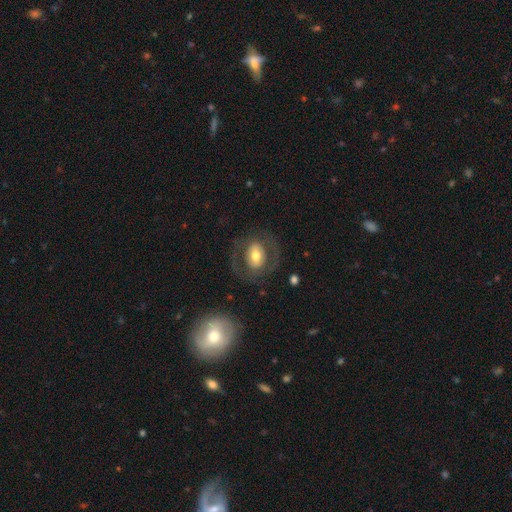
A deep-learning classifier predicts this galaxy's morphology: Overall: featured or disk (50%; smooth 44%). Merging: none (72%).